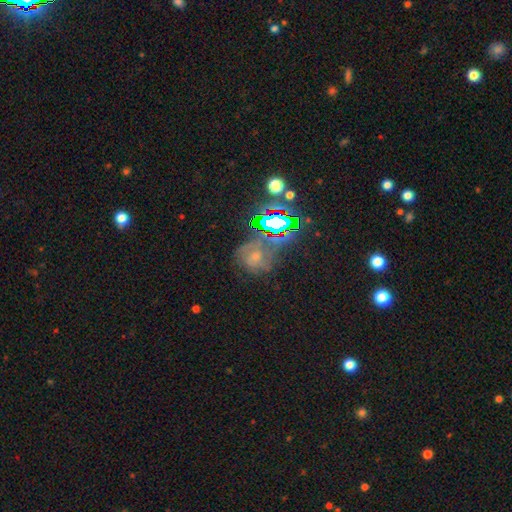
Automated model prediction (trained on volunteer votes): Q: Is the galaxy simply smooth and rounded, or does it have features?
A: star or artifact — 41%.